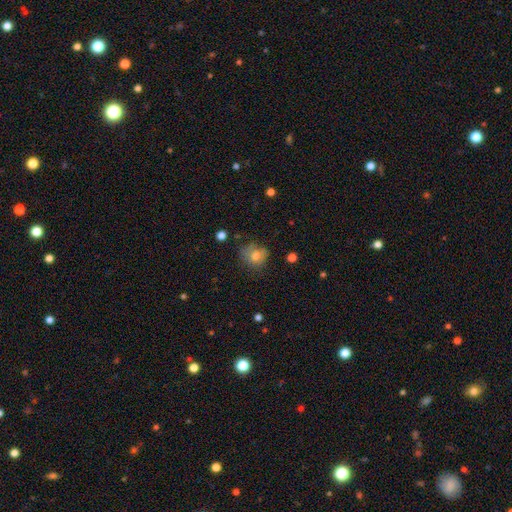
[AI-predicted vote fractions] Overall: smooth (74%). How rounded: round (70%). Merging: none (55%; minor disturbance 28%).